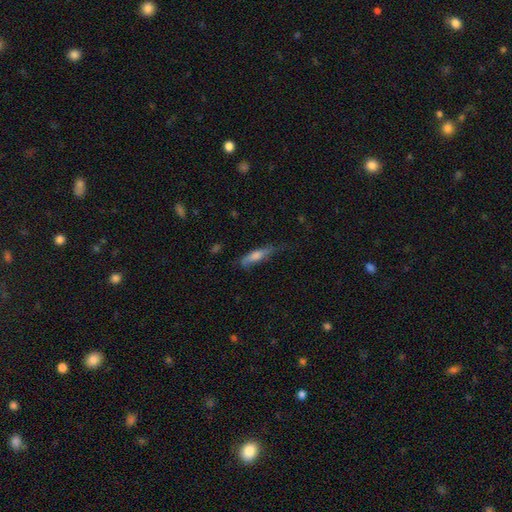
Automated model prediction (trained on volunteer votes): smooth 58%, featured or disk 34%, star or artifact 8%. Down the decision tree: how rounded — cigar-shaped (75%); merging — none (56%).